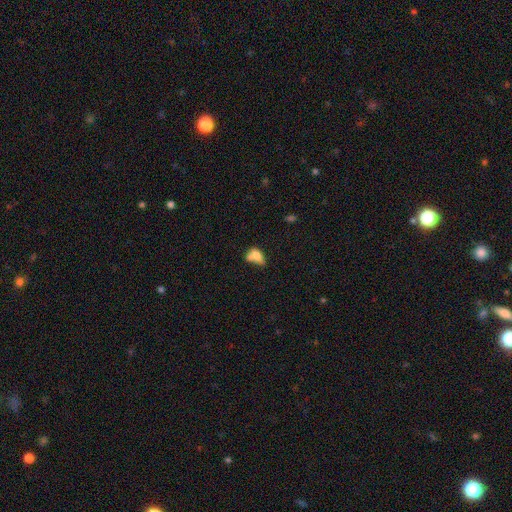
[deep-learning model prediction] Morphology: type=smooth (69%); roundness=in between (79%); merging=merger (46%).